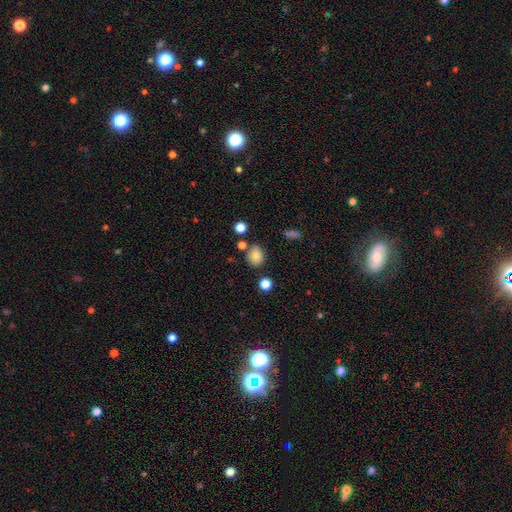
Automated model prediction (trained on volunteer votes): This appears to be a smooth galaxy with no disk features (82%) that is round (61%). Merging: none (76%).